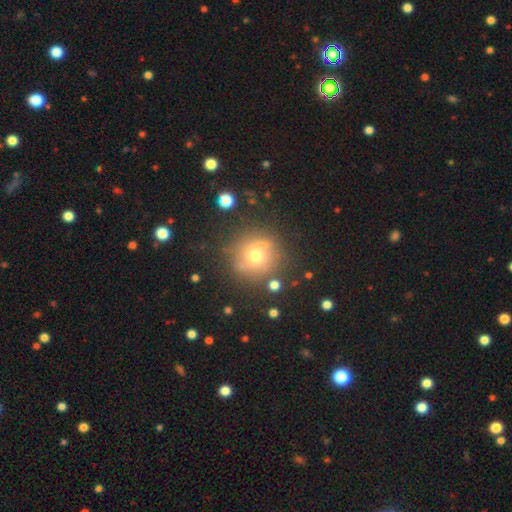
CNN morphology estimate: smooth_or_featured: smooth (p=0.59) [alt: featured or disk p=0.24]
how_rounded: round (p=0.92) [alt: in between p=0.06]
merging: none (p=0.74) [alt: minor disturbance p=0.14]